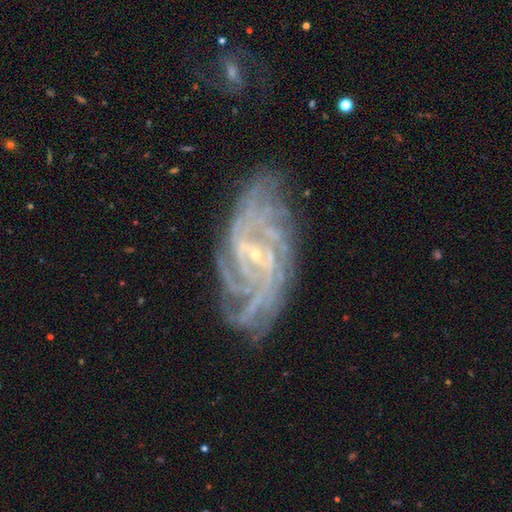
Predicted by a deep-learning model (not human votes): featured or disk 88%, star or artifact 7%, smooth 5%. Down the decision tree: edge-on disk — no (96%); bar — weak (45%); spiral arms — yes (98%); spiral arm count — 4 (25%); spiral winding — tight (60%); bulge size — small (83%); merging — none (74%).